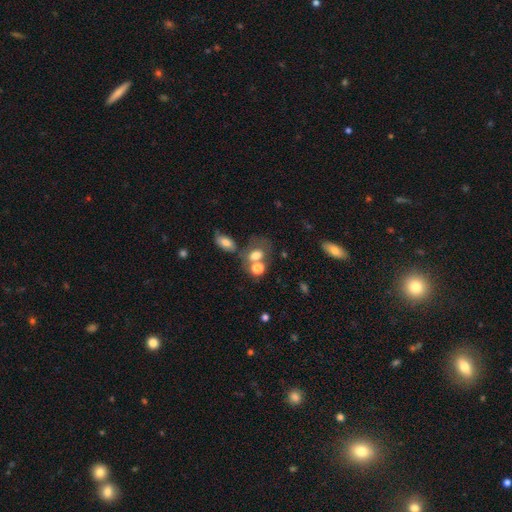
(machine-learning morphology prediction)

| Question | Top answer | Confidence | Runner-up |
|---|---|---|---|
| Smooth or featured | smooth | 69% | featured or disk (18%) |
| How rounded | in between | 60% | round (38%) |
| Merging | merger | 39% | none (38%) |